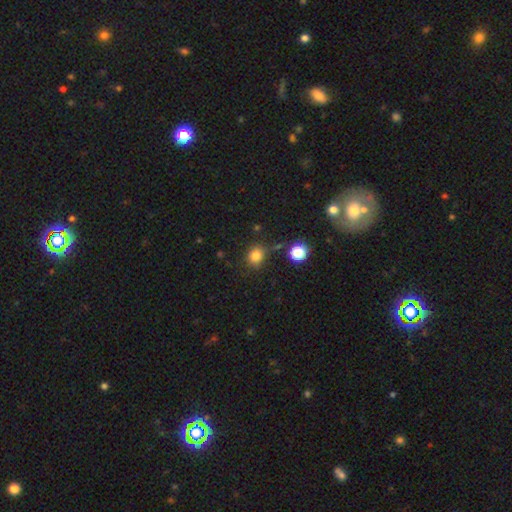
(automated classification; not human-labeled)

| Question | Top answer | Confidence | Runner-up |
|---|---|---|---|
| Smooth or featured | smooth | 81% | star or artifact (14%) |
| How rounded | round | 70% | in between (29%) |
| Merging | none | 76% | minor disturbance (14%) |